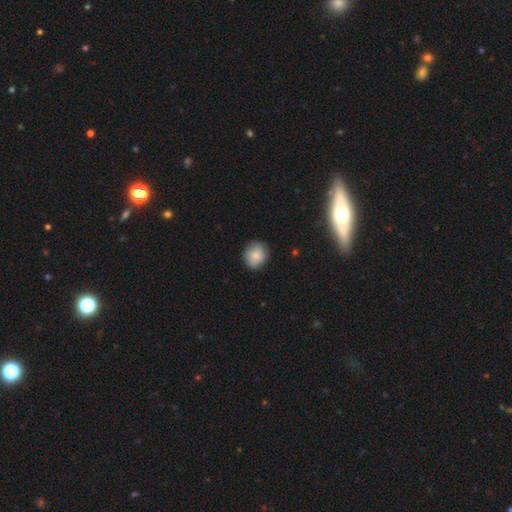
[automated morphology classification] smooth_or_featured: smooth (p=0.82) [alt: featured or disk p=0.10]
how_rounded: round (p=0.82) [alt: in between p=0.17]
merging: none (p=0.83) [alt: minor disturbance p=0.14]